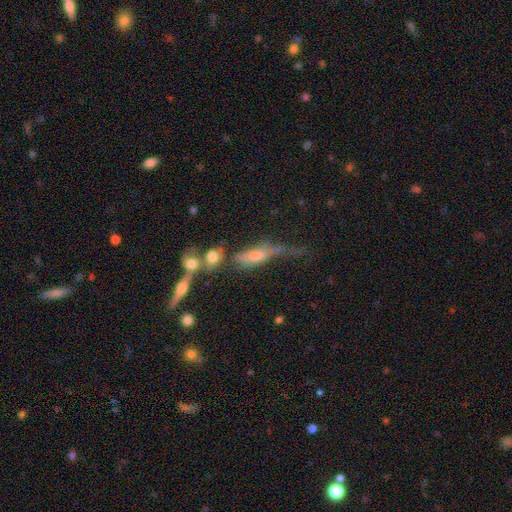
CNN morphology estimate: This is possibly a smooth galaxy (54%). How rounded: possibly in between (57%). Merging: marginally merger (30%).